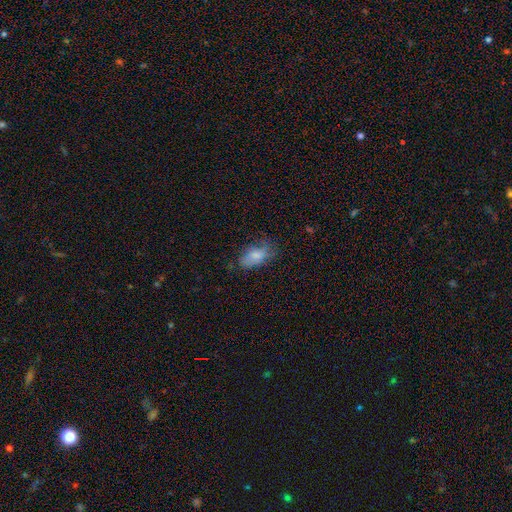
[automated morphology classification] type=smooth (74%); roundness=in between (91%); merging=none (50%).